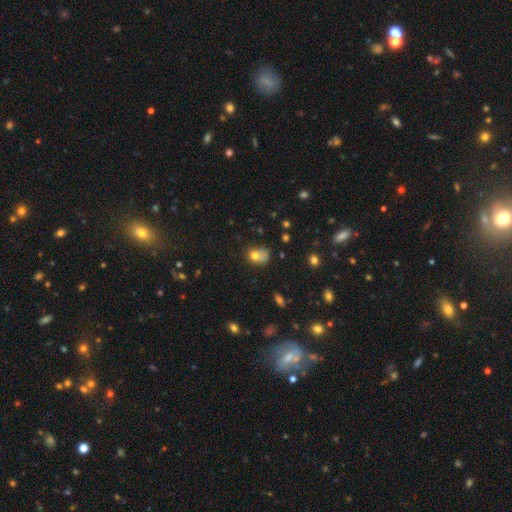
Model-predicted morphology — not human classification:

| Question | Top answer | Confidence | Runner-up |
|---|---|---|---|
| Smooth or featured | smooth | 73% | featured or disk (14%) |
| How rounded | in between | 59% | round (39%) |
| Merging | none | 37% | minor disturbance (31%) |